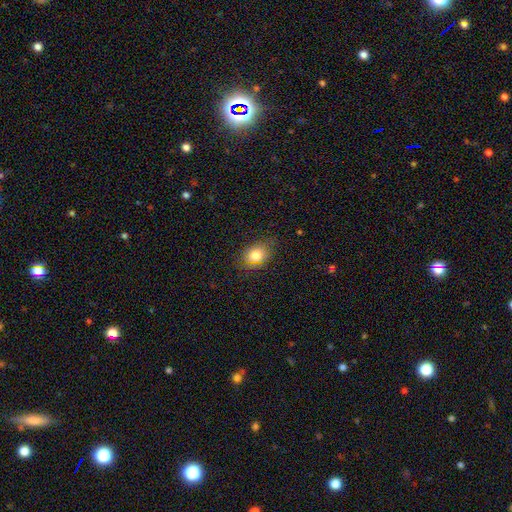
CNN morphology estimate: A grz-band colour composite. It shows a smooth galaxy with no disk features (78%) that is in between round and cigar-shaped (65%). Merging: none (76%).